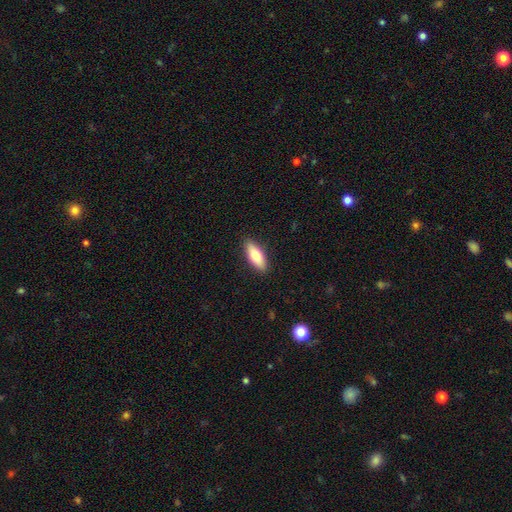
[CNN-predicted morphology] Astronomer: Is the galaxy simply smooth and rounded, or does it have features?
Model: smooth — 73%.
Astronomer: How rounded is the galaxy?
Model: in between — 68%.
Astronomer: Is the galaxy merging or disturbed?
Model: none — 89%.